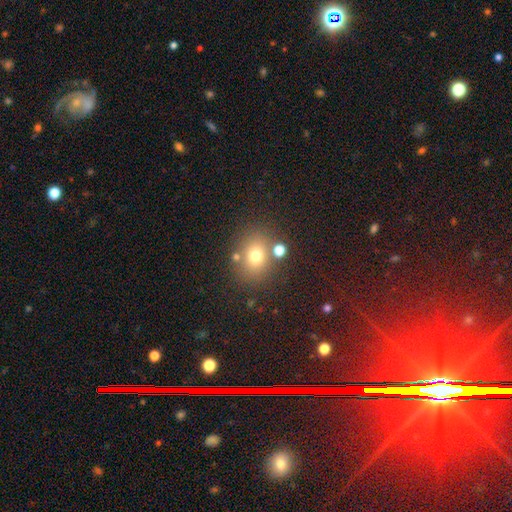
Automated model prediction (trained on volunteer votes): This is likely a smooth galaxy (70%). How rounded: likely round (61%). Merging: likely none (74%).